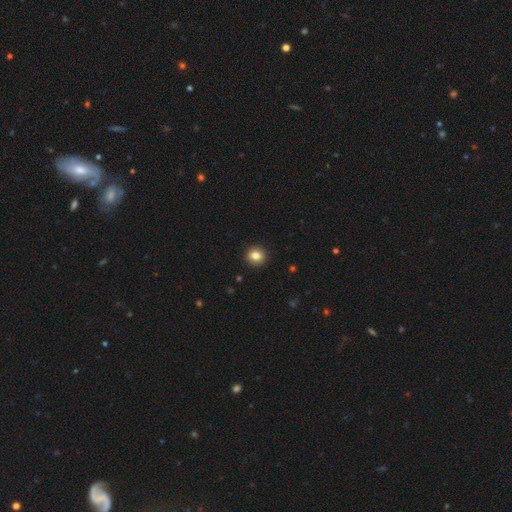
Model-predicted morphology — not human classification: type=smooth (83%); roundness=round (90%); merging=none (92%).